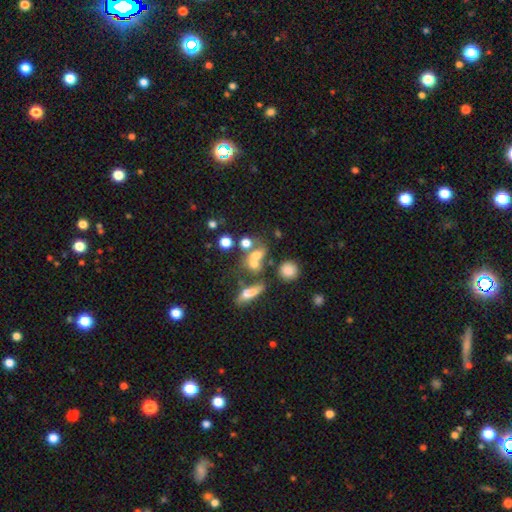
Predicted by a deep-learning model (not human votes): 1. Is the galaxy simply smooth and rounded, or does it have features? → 59% smooth, 23% featured or disk, 18% star or artifact.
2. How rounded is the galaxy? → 49% round, 45% in between, 5% cigar-shaped.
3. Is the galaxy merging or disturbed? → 50% merger, 30% none, 11% minor disturbance, 9% major disturbance.